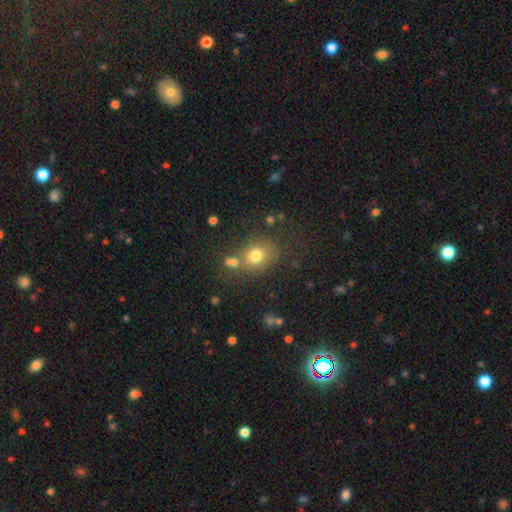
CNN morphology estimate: This appears to be a smooth galaxy with no disk features (75%) that is round (54%). Merging: none (61%).